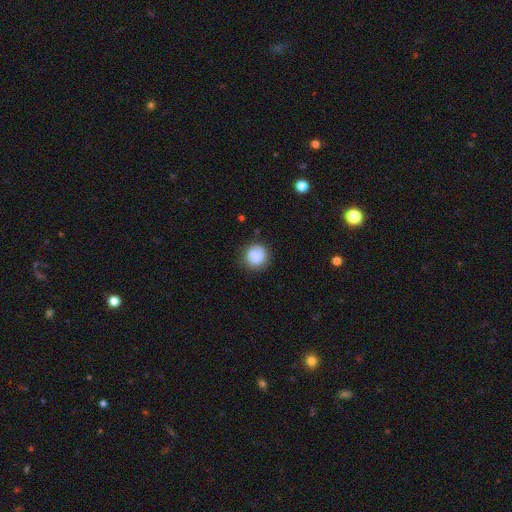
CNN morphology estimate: This is clearly a smooth galaxy (85%). How rounded: clearly round (89%). Merging: clearly none (80%).